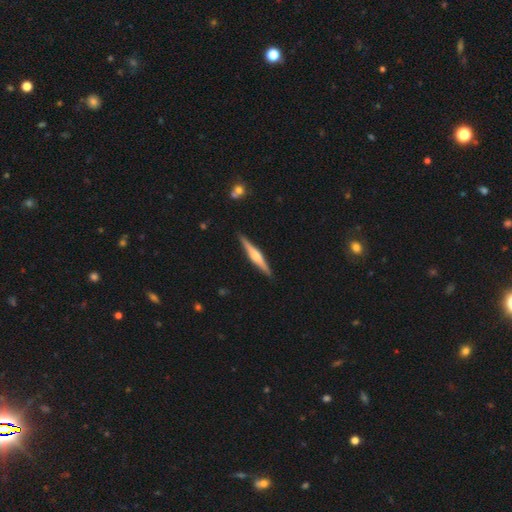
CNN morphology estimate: Smooth or featured?
  - featured or disk: 70% *
  - smooth: 25%
  - star or artifact: 5%
Edge-on disk?
  - yes: 98% *
  - no: 2%
Edge-on bulge?
  - rounded: 76% *
  - boxy: 16%
  - none: 8%
Merging?
  - none: 91% *
  - minor disturbance: 7%
  - major disturbance: 1%
  - merger: 1%